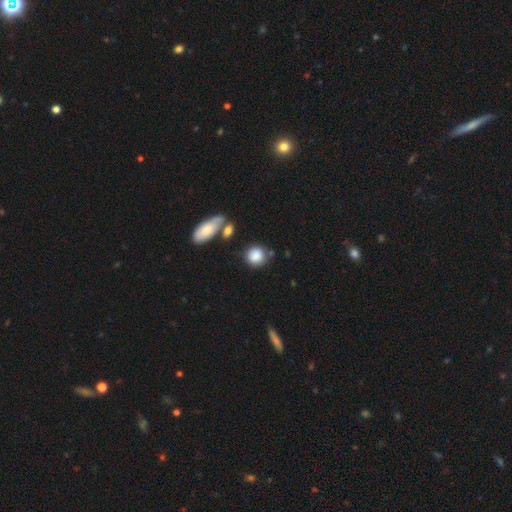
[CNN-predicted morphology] Q: Smooth or featured?
A: smooth (85%); runner-up: star or artifact (8%)
Q: How rounded?
A: round (82%); runner-up: in between (16%)
Q: Merging?
A: none (72%); runner-up: minor disturbance (14%)